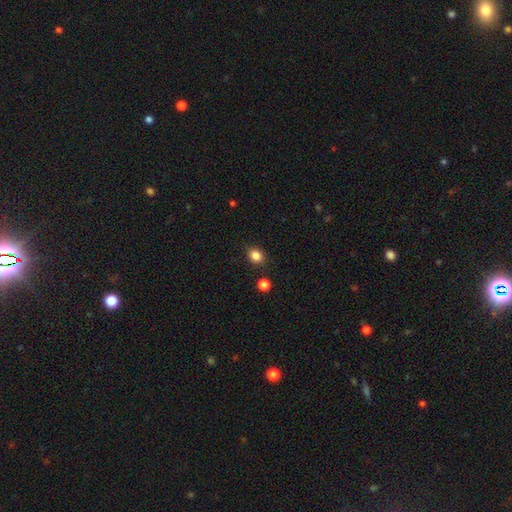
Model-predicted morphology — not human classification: Overall: smooth (84%). How rounded: round (68%; in between 31%). Merging: none (86%).